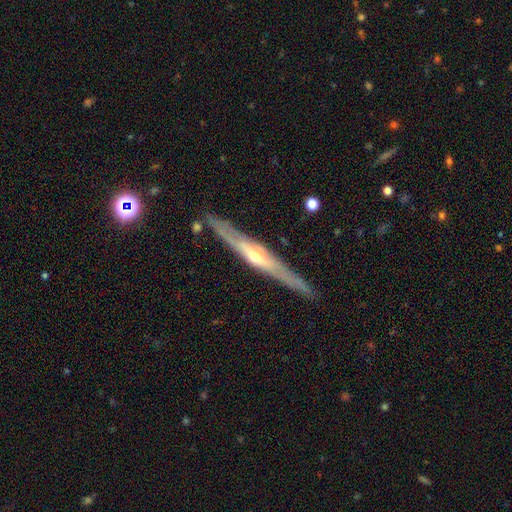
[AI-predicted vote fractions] A featured or disk galaxy (75%) viewed edge-on (94%) with a rounded central bulge (78%). Merging: none (85%).